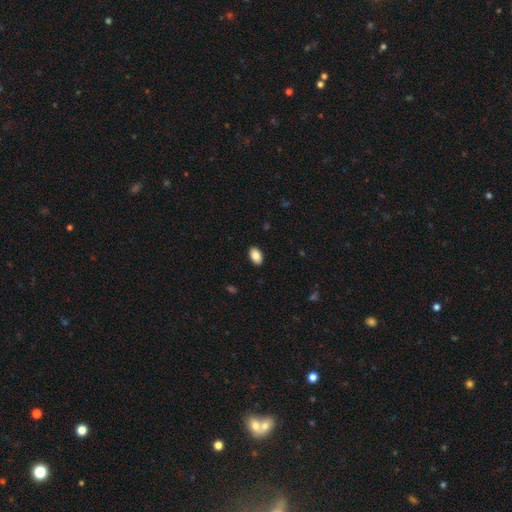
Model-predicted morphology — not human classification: A smooth galaxy with no disk features (87%) that is in between round and cigar-shaped (92%). Merging: none (90%).